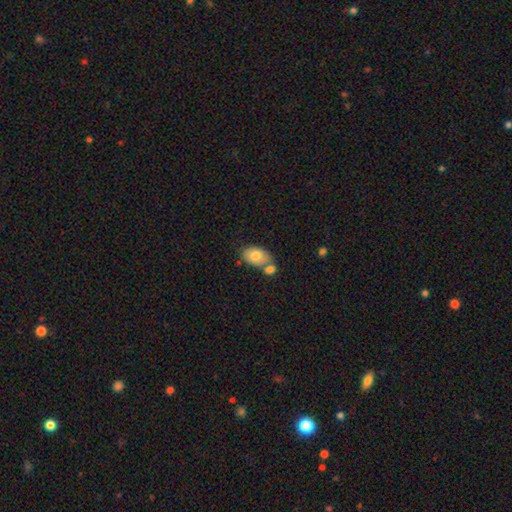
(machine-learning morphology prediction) This appears to be a smooth galaxy with no disk features (76%) that is in between round and cigar-shaped (88%). Merging: none (42%).